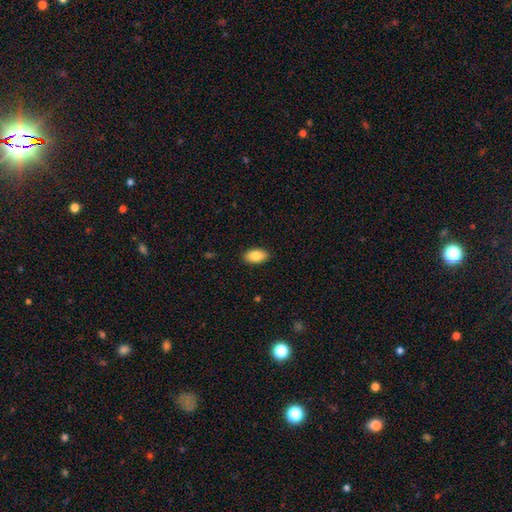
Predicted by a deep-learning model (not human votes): Overall: smooth (86%). How rounded: in between (93%). Merging: none (89%).